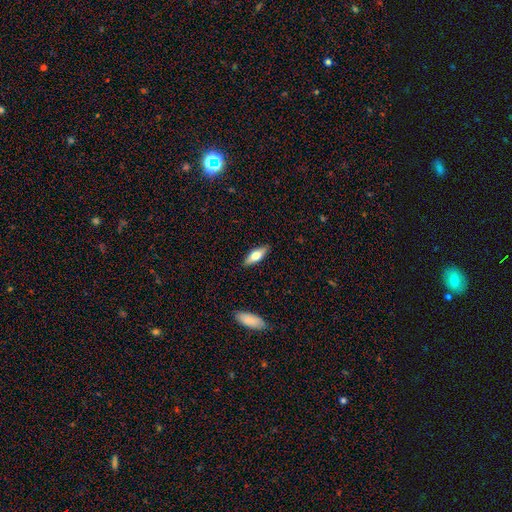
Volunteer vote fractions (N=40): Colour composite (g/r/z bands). It shows a featured or disk galaxy (55%) viewed edge-on (77%) with a rounded central bulge (100%). Merging: none (92%).